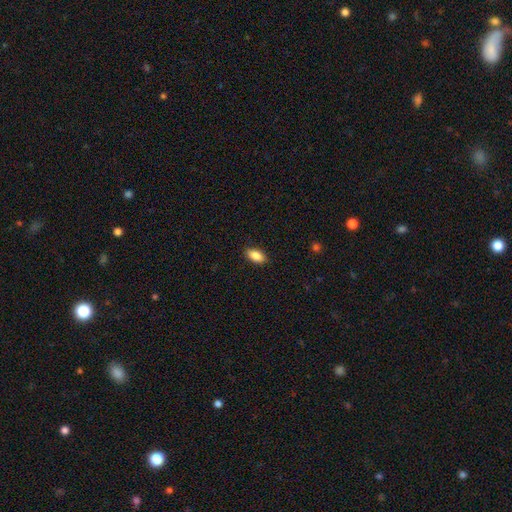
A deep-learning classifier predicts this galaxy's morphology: smooth 88%, star or artifact 7%, featured or disk 5%. Down the decision tree: how rounded — in between (91%); merging — none (88%).